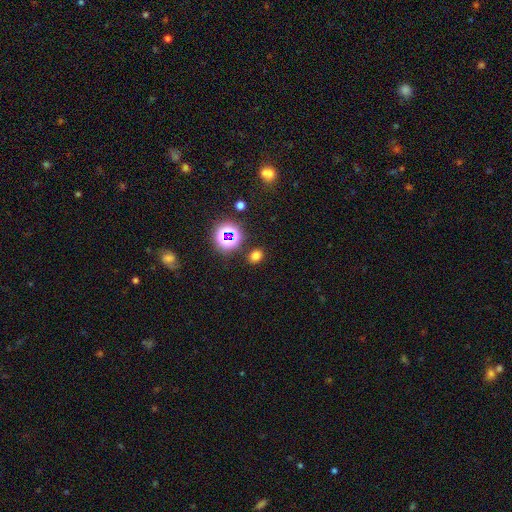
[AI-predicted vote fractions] Morphology: type=smooth (68%); roundness=in between (50%); merging=none (86%).